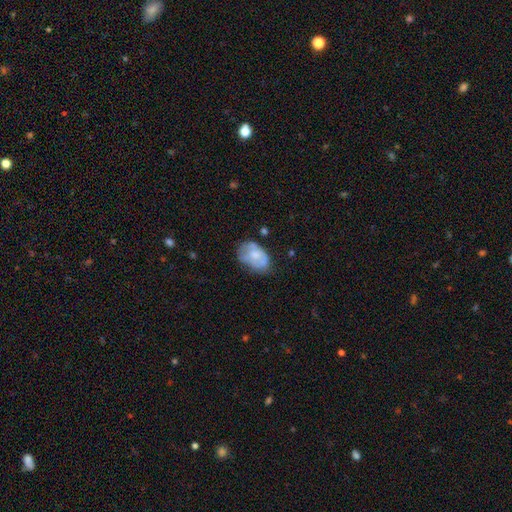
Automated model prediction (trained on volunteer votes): This appears to be a smooth galaxy with no disk features (55%) that is in between round and cigar-shaped (83%). Merging: none (47%).